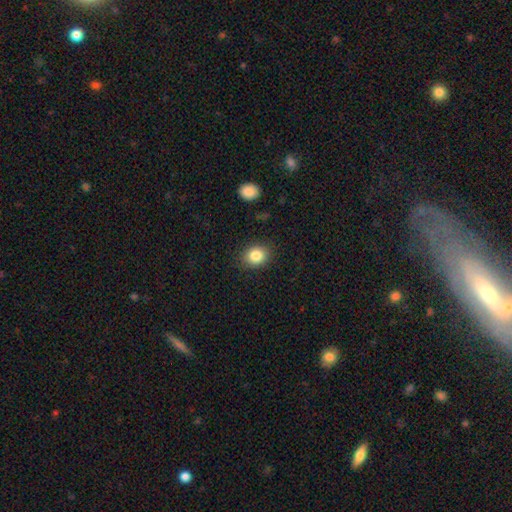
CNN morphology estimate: This appears to be a smooth galaxy with no disk features (85%) that is round (53%). Merging: none (86%).